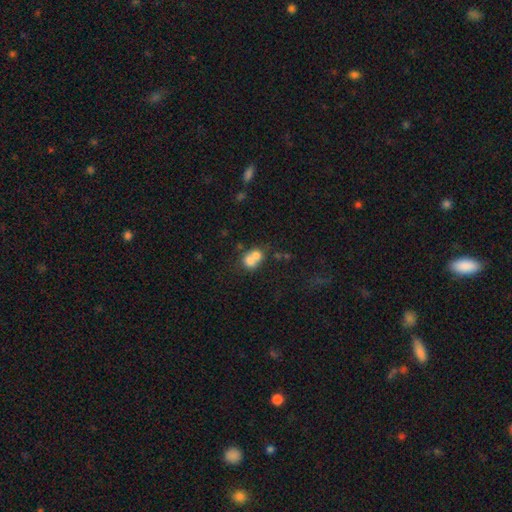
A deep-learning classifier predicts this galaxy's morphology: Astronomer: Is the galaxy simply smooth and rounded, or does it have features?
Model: smooth — 69%.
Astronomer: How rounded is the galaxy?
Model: round — 64%.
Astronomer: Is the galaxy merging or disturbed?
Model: merger — 69%.